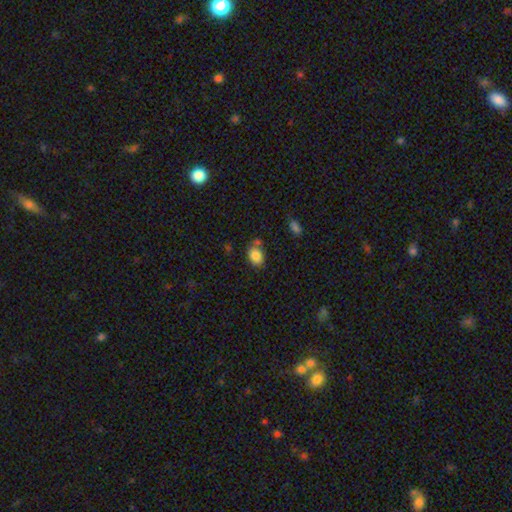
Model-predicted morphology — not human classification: Smooth or featured?
  - smooth: 84% *
  - star or artifact: 9%
  - featured or disk: 7%
How rounded?
  - in between: 74% *
  - round: 25%
  - cigar-shaped: 1%
Merging?
  - none: 63% *
  - minor disturbance: 20%
  - merger: 12%
  - major disturbance: 5%